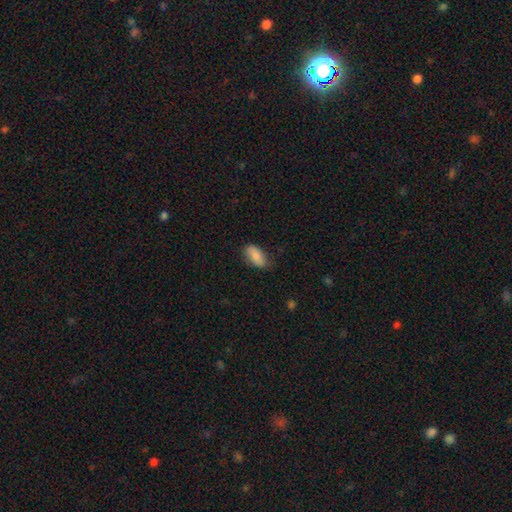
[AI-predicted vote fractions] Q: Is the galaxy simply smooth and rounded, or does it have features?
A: smooth — 86%.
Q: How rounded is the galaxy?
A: in between — 91%.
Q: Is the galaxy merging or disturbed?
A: none — 76%.